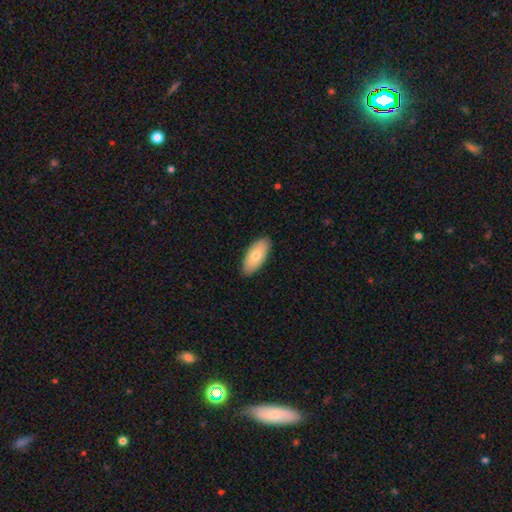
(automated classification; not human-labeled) smooth 76%, featured or disk 18%, star or artifact 6%. Down the decision tree: how rounded — in between (89%); merging — none (88%).